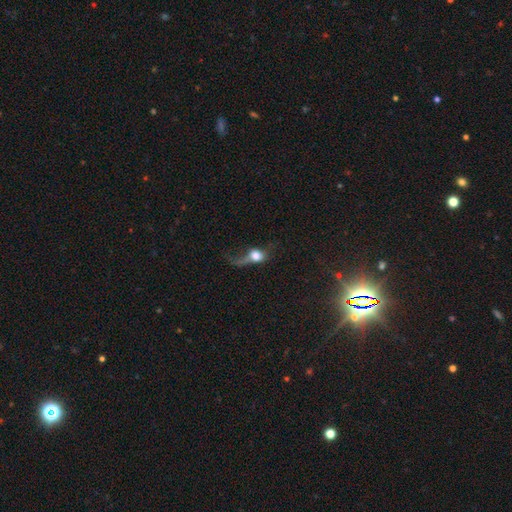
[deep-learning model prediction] Overall: smooth (61%; featured or disk 28%). How rounded: round (53%; in between 42%). Merging: major disturbance (61%).